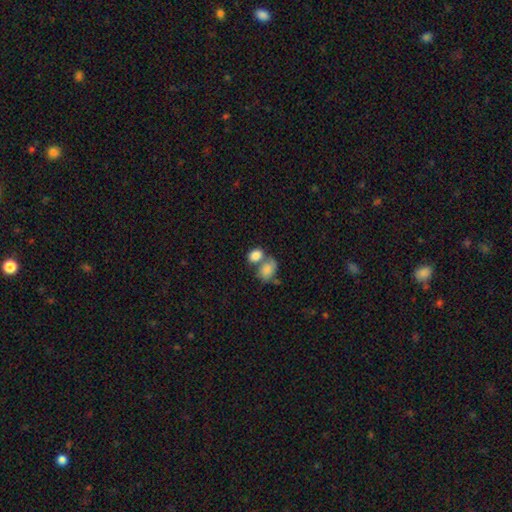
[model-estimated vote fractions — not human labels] Smooth or featured? Predicted: smooth (p=0.83). How rounded? Predicted: in between (p=0.73). Merging? Predicted: merger (p=0.55).